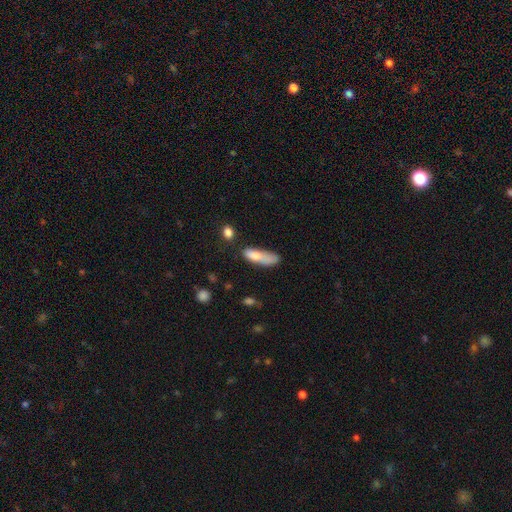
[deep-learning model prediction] Morphology: type=smooth (74%); roundness=cigar-shaped (51%); merging=none (37%).